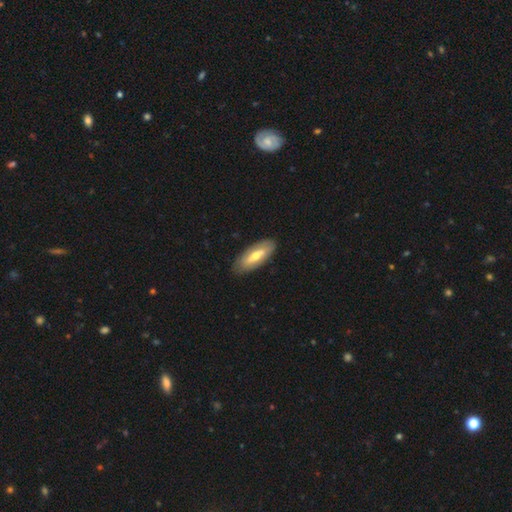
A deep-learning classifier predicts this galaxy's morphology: Overall: smooth (48%; featured or disk 47%). Merging: none (85%).